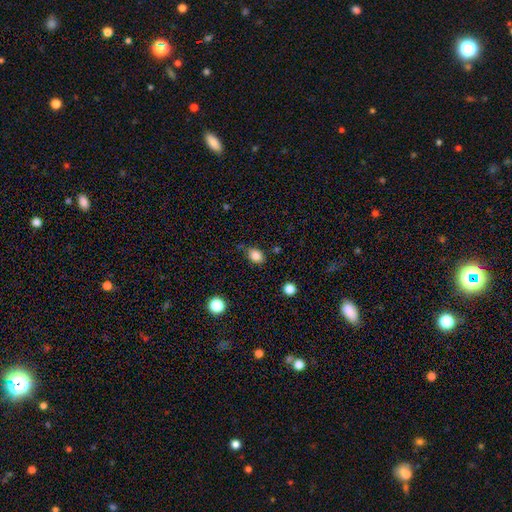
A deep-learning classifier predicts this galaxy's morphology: The model was most divided on "how rounded": in between: 63%, round: 36%, cigar-shaped: 1%. More confident: smooth or featured — smooth (84%); merging — none (68%).